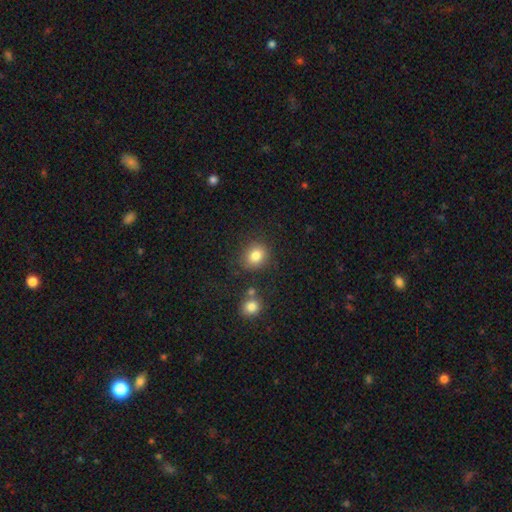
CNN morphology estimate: smooth-or-featured: smooth: 83% | star or artifact: 11% | featured or disk: 6%
  how-rounded: round: 74% | in between: 25% | cigar-shaped: 1%
  merging: none: 81% | minor disturbance: 11% | merger: 5% | major disturbance: 4%